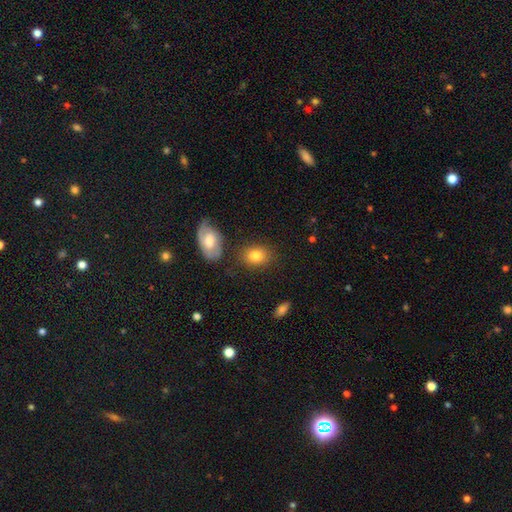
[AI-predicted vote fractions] smooth_or_featured: smooth (p=0.81) [alt: featured or disk p=0.11]
how_rounded: in between (p=0.60) [alt: round p=0.38]
merging: none (p=0.77) [alt: minor disturbance p=0.13]